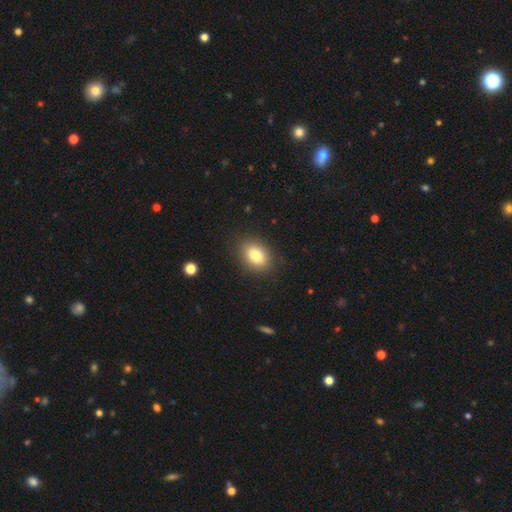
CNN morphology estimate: Smooth or featured? smooth (82%)
How rounded? in between (74%)
Merging? none (87%)